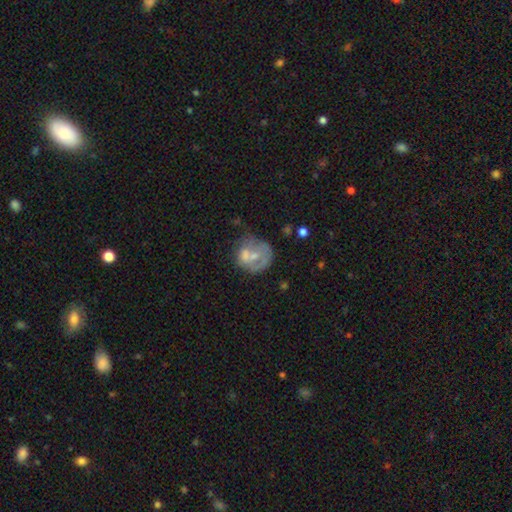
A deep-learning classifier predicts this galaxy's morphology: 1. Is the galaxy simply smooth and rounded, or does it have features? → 45% smooth (tied), 45% featured or disk (tied), 10% star or artifact.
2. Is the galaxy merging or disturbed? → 38% none, 22% merger, 22% minor disturbance, 19% major disturbance.